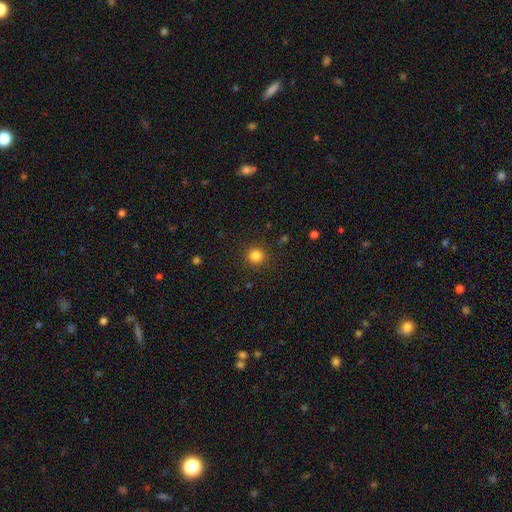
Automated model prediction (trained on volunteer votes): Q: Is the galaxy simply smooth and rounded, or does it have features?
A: smooth — 83%.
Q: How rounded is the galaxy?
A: round — 94%.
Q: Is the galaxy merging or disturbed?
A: none — 90%.